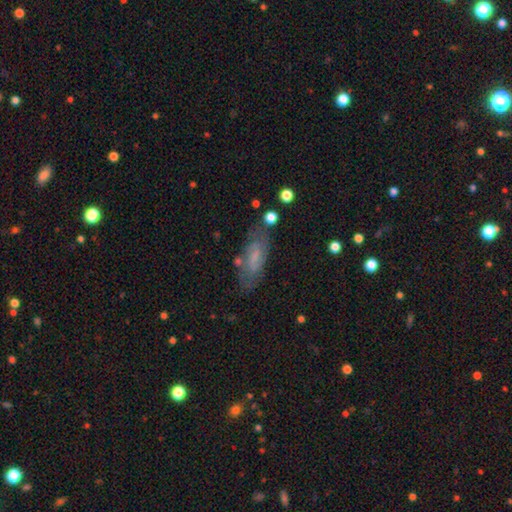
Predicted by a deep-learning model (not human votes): smooth_or_featured: smooth (p=0.45) [alt: featured or disk p=0.44]
merging: none (p=0.70) [alt: minor disturbance p=0.19]